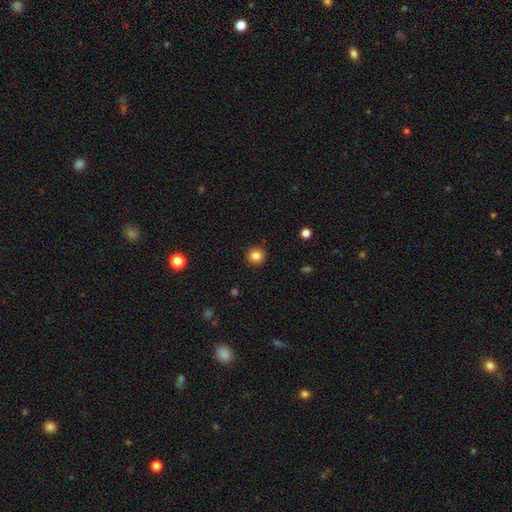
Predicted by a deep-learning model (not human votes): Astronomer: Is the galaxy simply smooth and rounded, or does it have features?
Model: smooth — 84%.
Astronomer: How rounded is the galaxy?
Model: round — 94%.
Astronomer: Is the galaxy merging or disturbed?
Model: none — 91%.